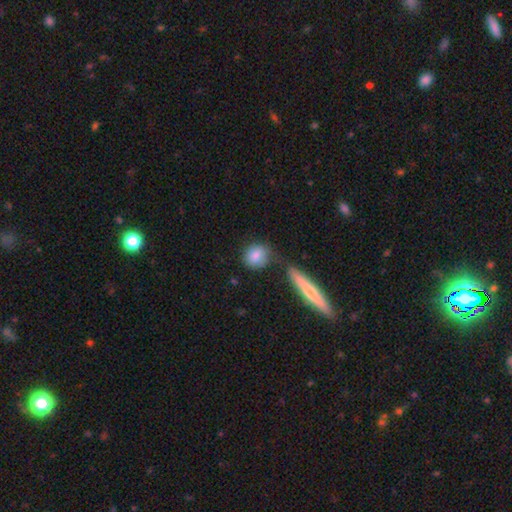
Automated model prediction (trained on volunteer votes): A smooth galaxy with no disk features (81%) that is round (71%). Merging: none (65%).